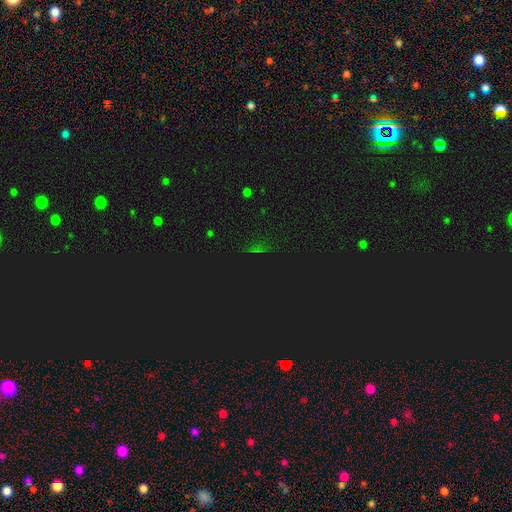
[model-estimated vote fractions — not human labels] The model was most divided on "smooth or featured": star or artifact: 76%, smooth: 16%, featured or disk: 8%.